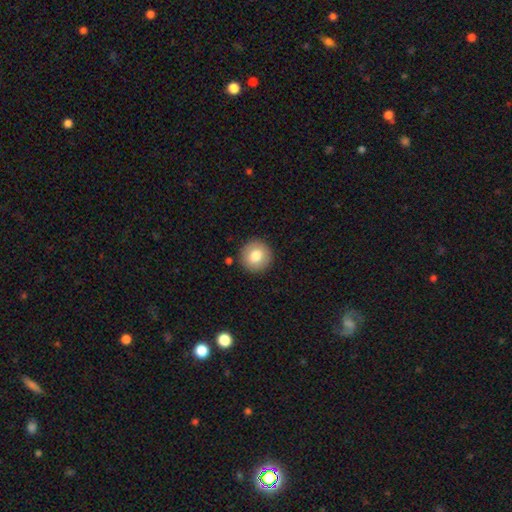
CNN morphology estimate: Smooth or featured: smooth — 80% (featured or disk — 12%)
How rounded: round — 94% (in between — 5%)
Merging: none — 91% (minor disturbance — 6%)